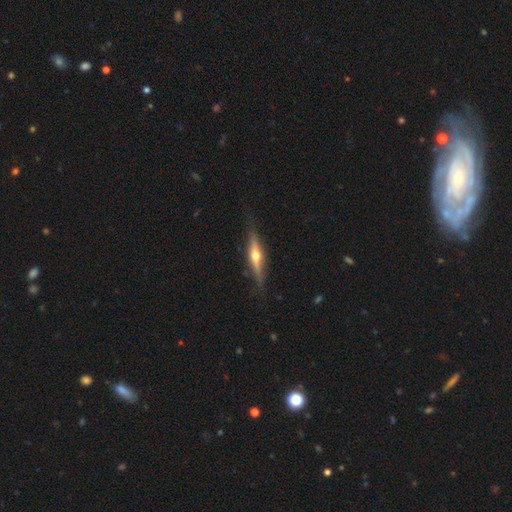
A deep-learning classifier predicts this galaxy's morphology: Smooth or featured? Predicted: featured or disk (p=0.70). Edge-on disk? Predicted: yes (p=0.96). Edge-on bulge? Predicted: rounded (p=0.93). Merging? Predicted: none (p=0.84).